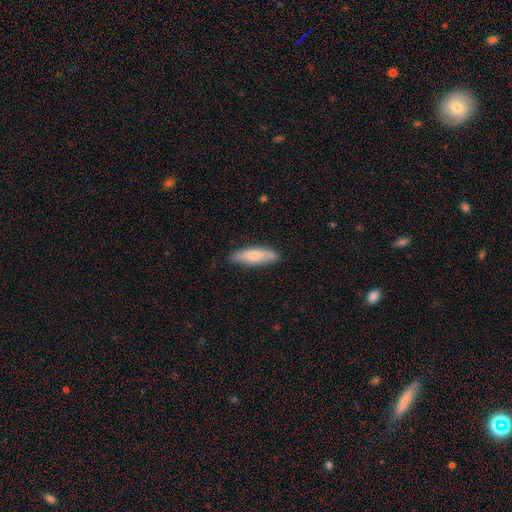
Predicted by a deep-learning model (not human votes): Smooth or featured? Predicted: smooth (p=0.77). How rounded? Predicted: cigar-shaped (p=0.50). Merging? Predicted: none (p=0.82).